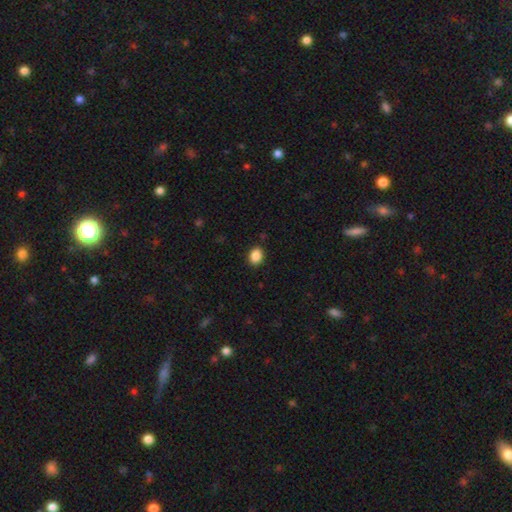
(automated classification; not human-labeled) Smooth or featured: smooth — 88% (star or artifact — 9%)
How rounded: in between — 63% (round — 36%)
Merging: none — 89% (minor disturbance — 8%)